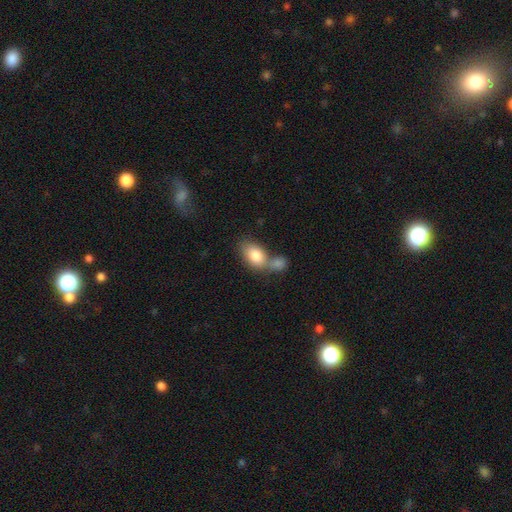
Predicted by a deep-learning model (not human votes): Smooth or featured? Predicted: smooth (p=0.82). How rounded? Predicted: in between (p=0.86). Merging? Predicted: merger (p=0.50).